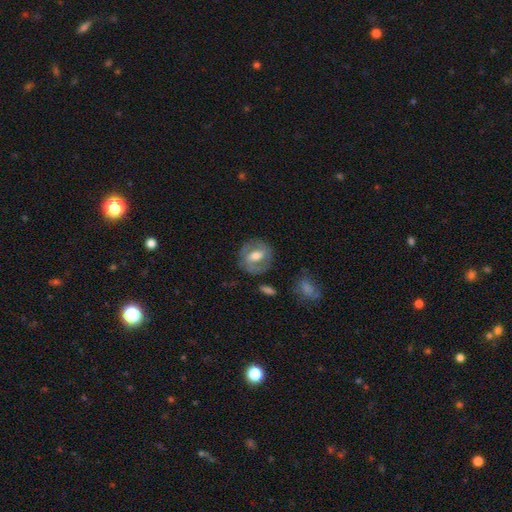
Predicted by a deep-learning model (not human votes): This is likely a featured or disk galaxy (60%). It is clearly not viewed edge-on (95%). Bar: marginally weak (44%). Spiral arm pattern: likely yes (67%). Central bulge: likely moderate (63%). Merging: likely none (76%).